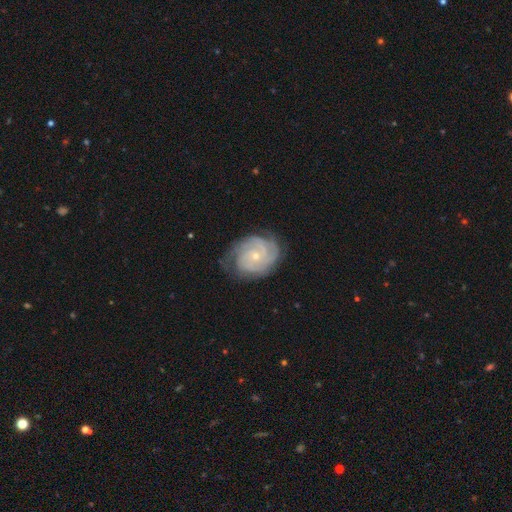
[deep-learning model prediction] Overall: featured or disk (84%). Edge-on disk: no (97%). Bar: no (76%). Spiral arms: yes (97%). Spiral arm count: 3 (27%; can't tell 26%). Spiral winding: tight (74%). Bulge size: small (72%). Merging: none (73%).